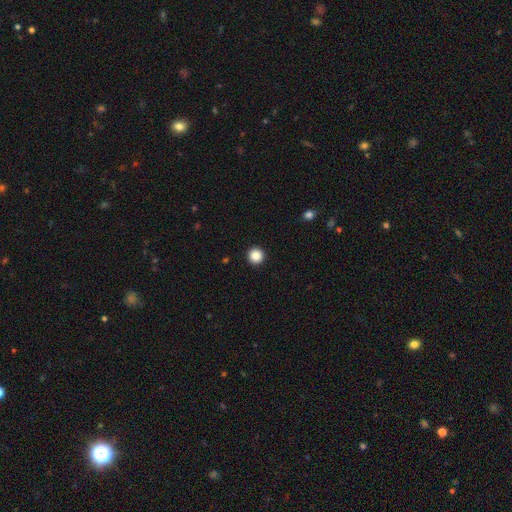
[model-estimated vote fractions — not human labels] smooth-or-featured: smooth: 87% | star or artifact: 10% | featured or disk: 3%
  how-rounded: round: 96% | in between: 3% | cigar-shaped: 1%
  merging: none: 94% | minor disturbance: 4% | major disturbance: 1% | merger: 1%